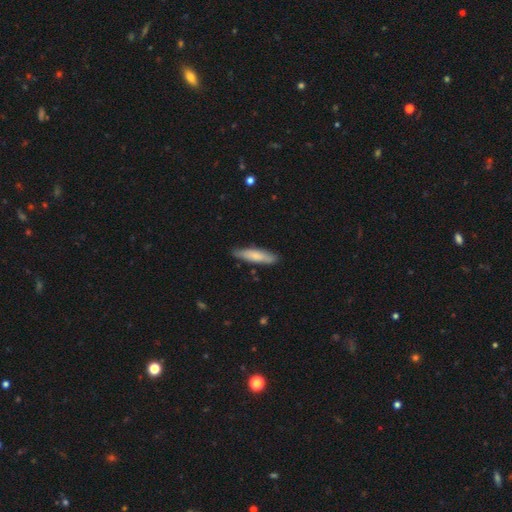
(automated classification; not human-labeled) Smooth or featured: smooth — 73% (featured or disk — 22%)
How rounded: cigar-shaped — 78% (in between — 21%)
Merging: none — 84% (minor disturbance — 13%)